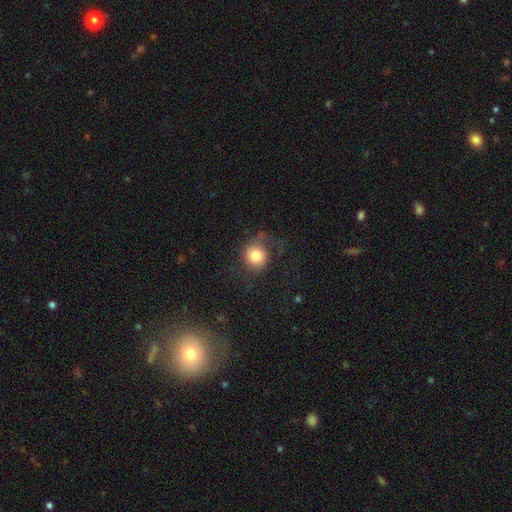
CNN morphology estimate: Smooth or featured? Predicted: smooth (p=0.73). How rounded? Predicted: round (p=0.86). Merging? Predicted: none (p=0.52).